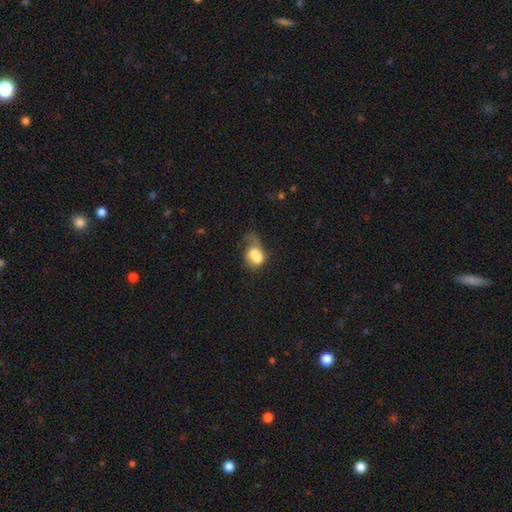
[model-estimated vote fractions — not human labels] smooth-or-featured: smooth: 63% | featured or disk: 28% | star or artifact: 9%
  how-rounded: in between: 54% | round: 44% | cigar-shaped: 2%
  merging: merger: 50% | major disturbance: 23% | none: 16% | minor disturbance: 11%